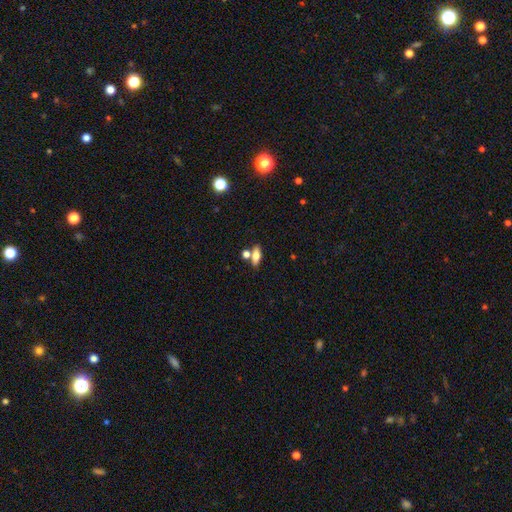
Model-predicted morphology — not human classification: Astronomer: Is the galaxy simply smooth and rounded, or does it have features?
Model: smooth — 67%.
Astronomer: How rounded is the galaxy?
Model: in between — 67%.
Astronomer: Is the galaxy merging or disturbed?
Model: none — 64%.